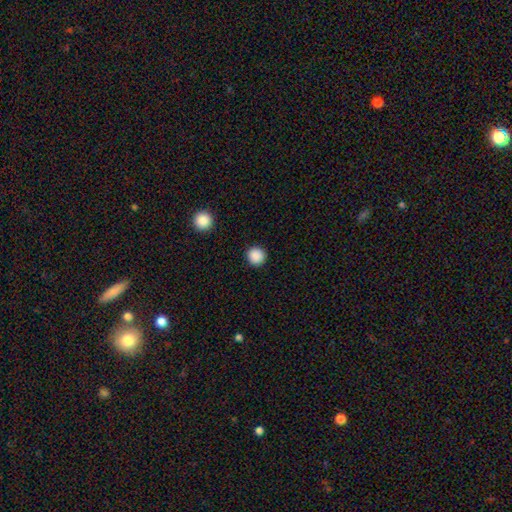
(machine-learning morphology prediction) Overall: smooth (88%). How rounded: round (96%). Merging: none (92%).